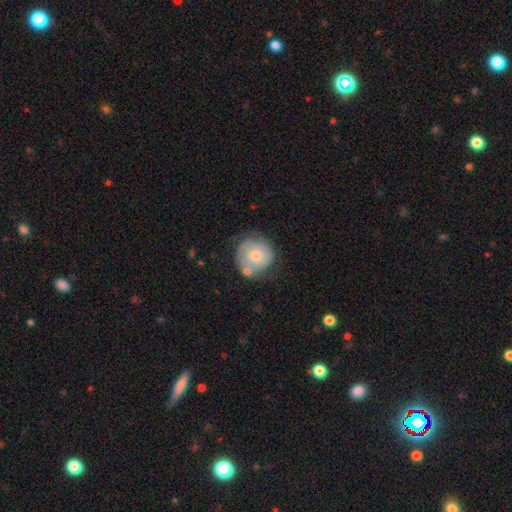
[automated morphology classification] Smooth or featured?
  - smooth: 48% *
  - featured or disk: 45%
  - star or artifact: 7%
Merging?
  - none: 60% *
  - minor disturbance: 22%
  - merger: 9%
  - major disturbance: 8%